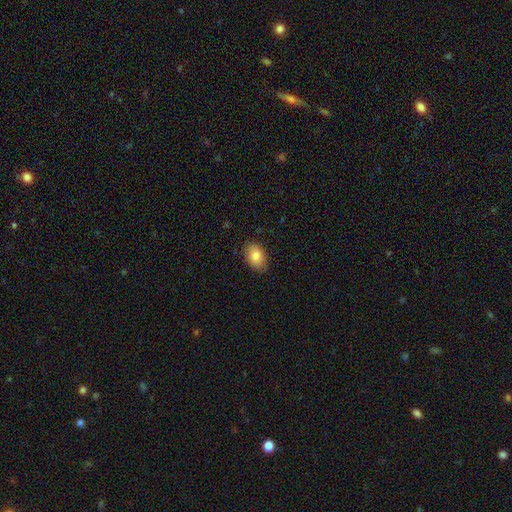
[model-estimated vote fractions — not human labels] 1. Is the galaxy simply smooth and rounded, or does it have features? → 83% smooth, 10% featured or disk, 7% star or artifact.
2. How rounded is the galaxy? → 85% in between, 14% round, 1% cigar-shaped.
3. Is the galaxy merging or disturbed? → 85% none, 12% minor disturbance, 2% major disturbance, 1% merger.